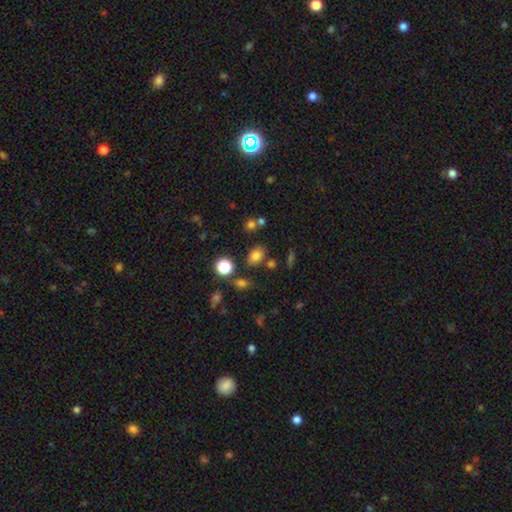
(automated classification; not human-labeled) Smooth or featured?
  - smooth: 76% *
  - star or artifact: 16%
  - featured or disk: 8%
How rounded?
  - in between: 66% *
  - round: 32%
  - cigar-shaped: 1%
Merging?
  - none: 76% *
  - minor disturbance: 13%
  - merger: 8%
  - major disturbance: 4%